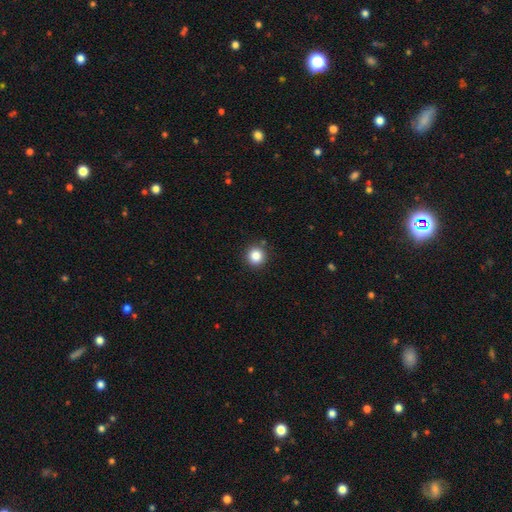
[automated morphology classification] Q: Smooth or featured?
A: smooth (85%); runner-up: star or artifact (11%)
Q: How rounded?
A: round (93%); runner-up: in between (6%)
Q: Merging?
A: none (89%); runner-up: minor disturbance (7%)